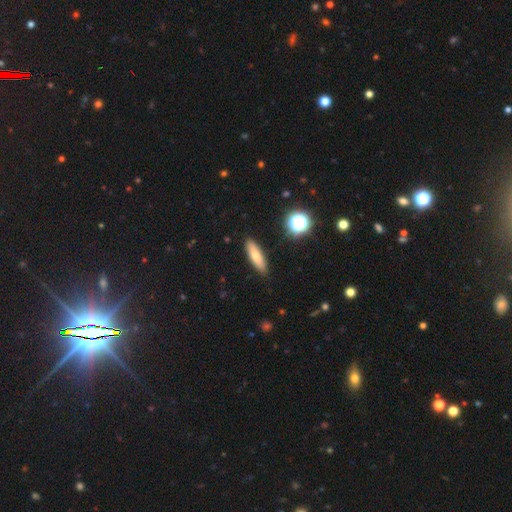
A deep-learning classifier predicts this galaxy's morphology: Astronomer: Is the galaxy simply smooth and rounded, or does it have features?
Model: smooth — 72%.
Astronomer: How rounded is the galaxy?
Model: cigar-shaped — 61%.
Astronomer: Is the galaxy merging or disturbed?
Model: none — 88%.